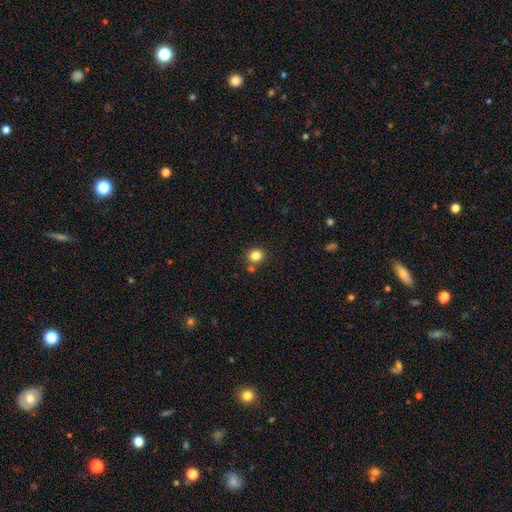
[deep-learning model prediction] Smooth or featured? Predicted: smooth (p=0.83). How rounded? Predicted: round (p=0.82). Merging? Predicted: none (p=0.76).